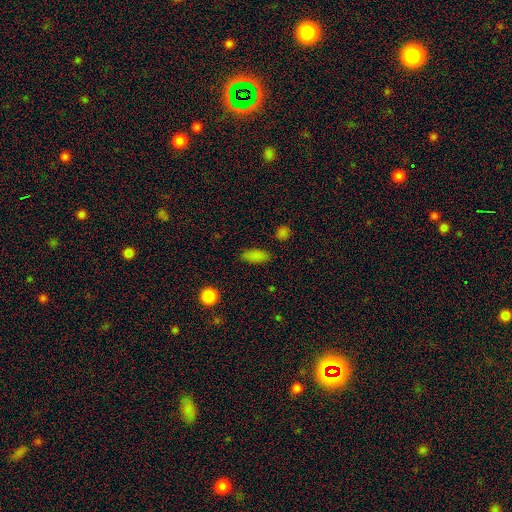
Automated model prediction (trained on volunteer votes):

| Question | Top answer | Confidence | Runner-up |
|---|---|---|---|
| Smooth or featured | smooth | 82% | star or artifact (13%) |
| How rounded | in between | 84% | cigar-shaped (12%) |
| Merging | none | 83% | minor disturbance (12%) |